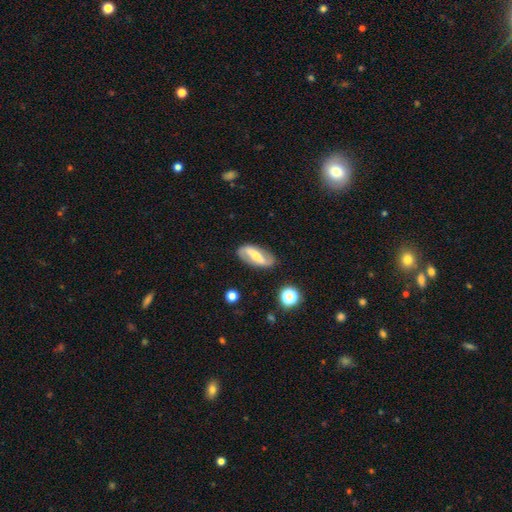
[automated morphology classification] A featured or disk galaxy (75%) with a strong bar (61%), 2 (90%) loose (58%) spiral arms (86%) and a moderate central bulge (50%). Merging: none (83%).